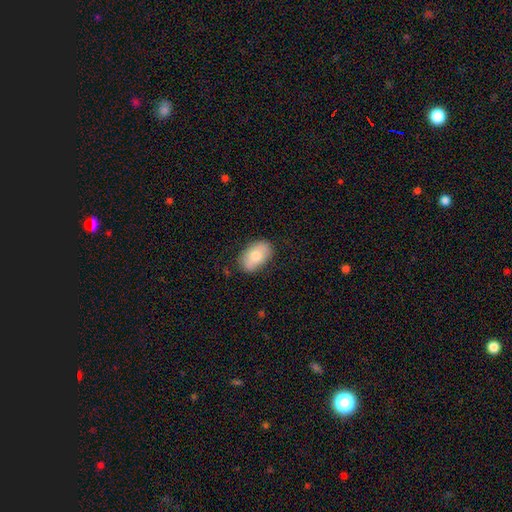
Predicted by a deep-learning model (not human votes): Smooth or featured?
  - smooth: 74% *
  - featured or disk: 19%
  - star or artifact: 7%
How rounded?
  - in between: 91% *
  - round: 7%
  - cigar-shaped: 1%
Merging?
  - none: 82% *
  - minor disturbance: 14%
  - major disturbance: 3%
  - merger: 1%